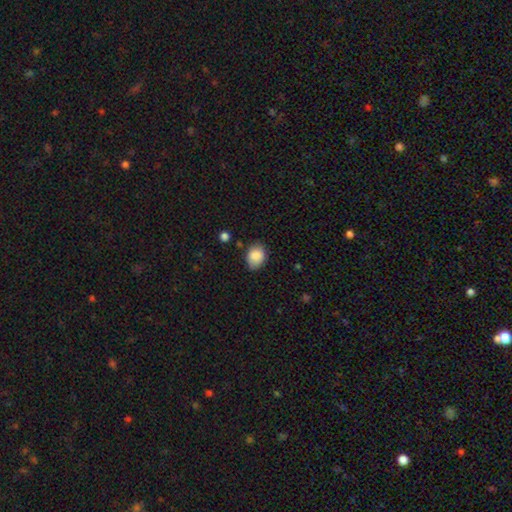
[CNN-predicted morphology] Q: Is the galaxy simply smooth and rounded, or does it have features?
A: smooth — 86%.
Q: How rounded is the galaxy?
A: in between — 62%.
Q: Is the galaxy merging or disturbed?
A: none — 74%.